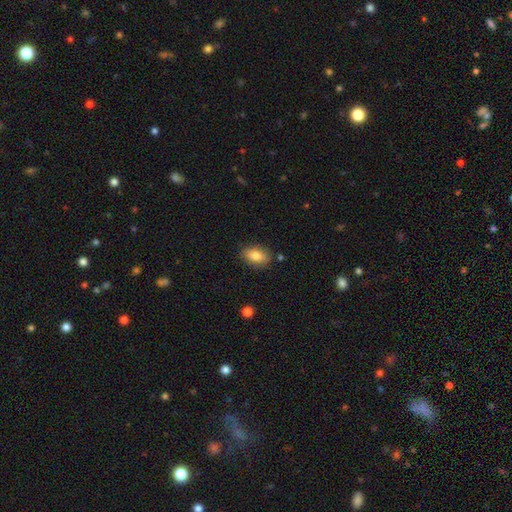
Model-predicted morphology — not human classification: This is clearly a smooth galaxy (83%). How rounded: clearly in between (89%). Merging: clearly none (83%).